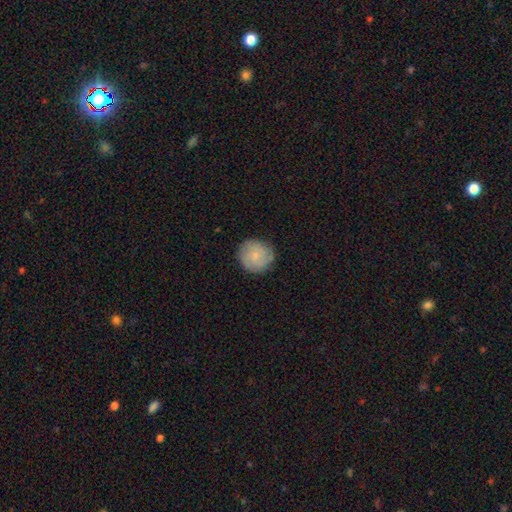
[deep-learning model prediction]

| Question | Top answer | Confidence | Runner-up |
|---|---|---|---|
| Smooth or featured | smooth | 63% | featured or disk (30%) |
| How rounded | round | 92% | in between (7%) |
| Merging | none | 82% | minor disturbance (14%) |